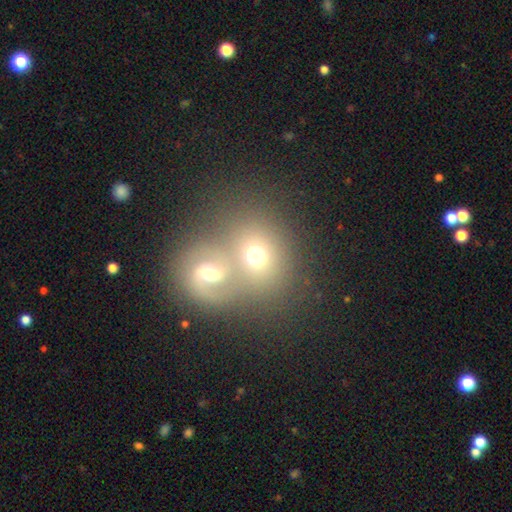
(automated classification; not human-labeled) This is likely a smooth galaxy (64%). How rounded: likely round (69%). Merging: likely merger (62%).